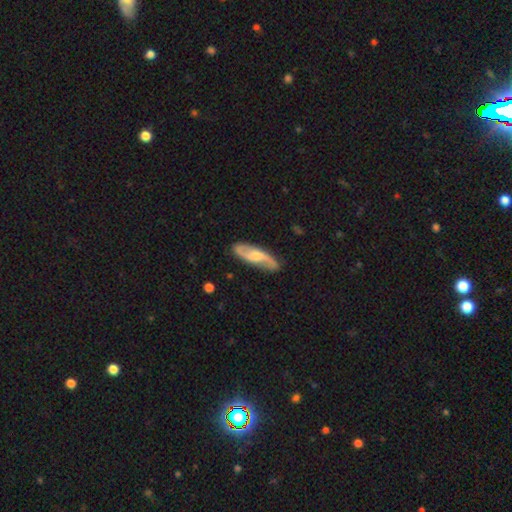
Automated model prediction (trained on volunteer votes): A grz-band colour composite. It shows a featured or disk galaxy (75%) with no bar (47%), 2 (91%) loose (53%) spiral arms (94%) and a moderate central bulge (53%). Merging: none (84%).